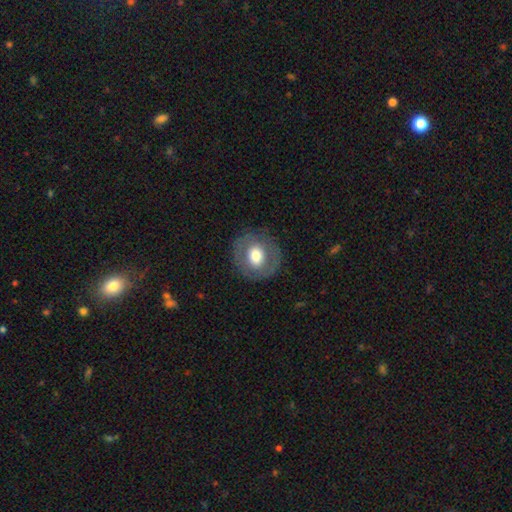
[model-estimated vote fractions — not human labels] Smooth or featured: smooth — 59% (featured or disk — 34%)
How rounded: round — 82% (in between — 17%)
Merging: none — 83% (minor disturbance — 11%)